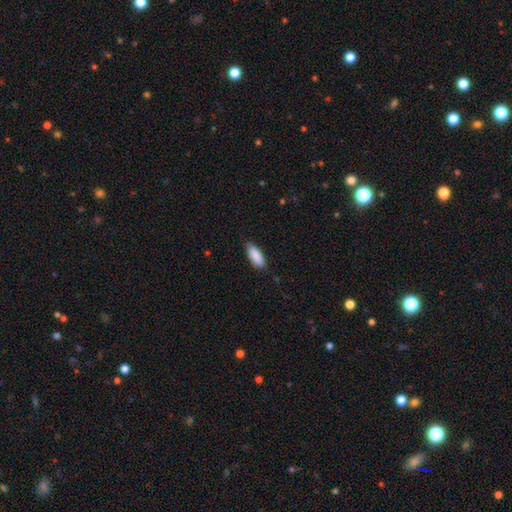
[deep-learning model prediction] smooth-or-featured: smooth: 90% | star or artifact: 6% | featured or disk: 4%
  how-rounded: in between: 78% | cigar-shaped: 21% | round: 2%
  merging: none: 85% | minor disturbance: 12% | major disturbance: 2% | merger: 1%